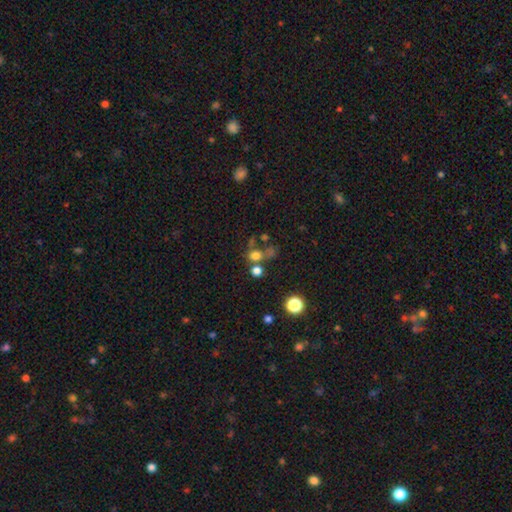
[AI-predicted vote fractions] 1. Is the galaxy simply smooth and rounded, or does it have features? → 65% smooth, 22% star or artifact, 12% featured or disk.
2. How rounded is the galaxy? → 78% round, 20% in between, 1% cigar-shaped.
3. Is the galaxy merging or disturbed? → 45% none, 33% merger, 11% major disturbance, 10% minor disturbance.